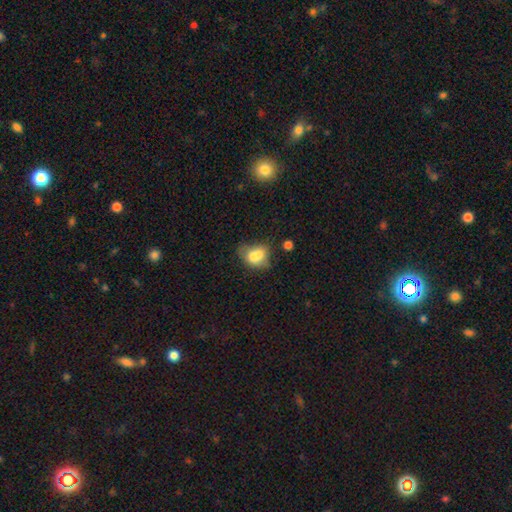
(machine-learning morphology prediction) A smooth galaxy with no disk features (72%) that is in between round and cigar-shaped (66%).

Vote fractions:
- Smooth or featured? smooth: 72% / featured or disk: 18% / star or artifact: 10%
- How rounded? in between: 66% / round: 32% / cigar-shaped: 2%
- Merging? merger: 38% / none: 31% / minor disturbance: 21% / major disturbance: 11%